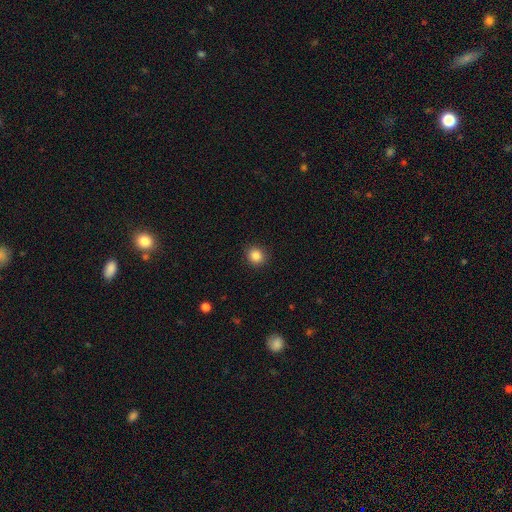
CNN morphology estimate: A smooth galaxy with no disk features (86%) that is round (86%). Merging: none (90%).